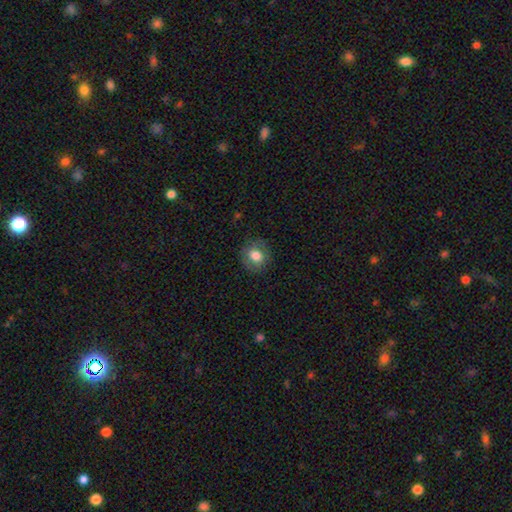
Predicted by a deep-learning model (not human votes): smooth-or-featured: smooth: 78% | featured or disk: 13% | star or artifact: 9%
  how-rounded: round: 79% | in between: 20% | cigar-shaped: 1%
  merging: none: 85% | minor disturbance: 11% | major disturbance: 3% | merger: 1%